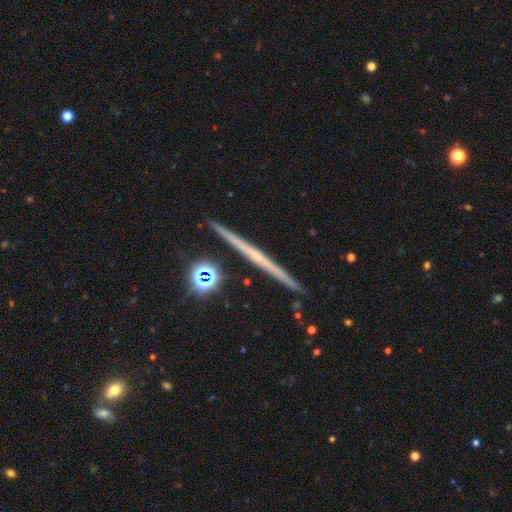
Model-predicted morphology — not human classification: This is likely a featured or disk galaxy (70%). It is clearly viewed edge-on (98%). Edge-on bulge: likely none (72%). Merging: clearly none (90%).